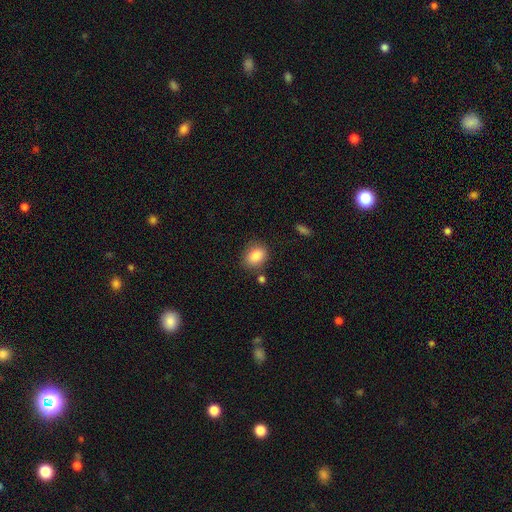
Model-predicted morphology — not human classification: Overall: smooth (86%). How rounded: in between (61%; round 38%). Merging: none (78%).